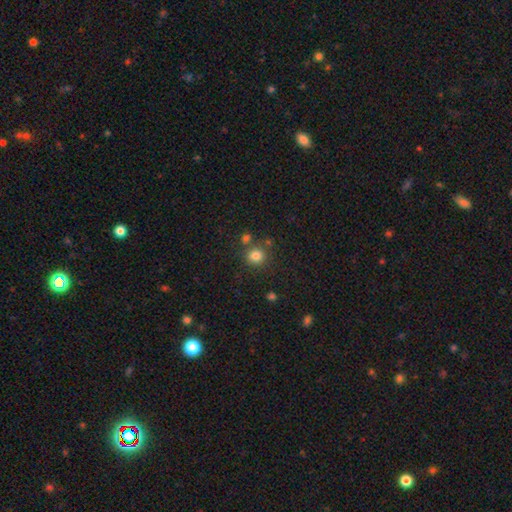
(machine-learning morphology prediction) The model was most divided on "merging": none: 77%, merger: 12%, minor disturbance: 9%, major disturbance: 3%. More confident: how rounded — round (90%); smooth or featured — smooth (81%).